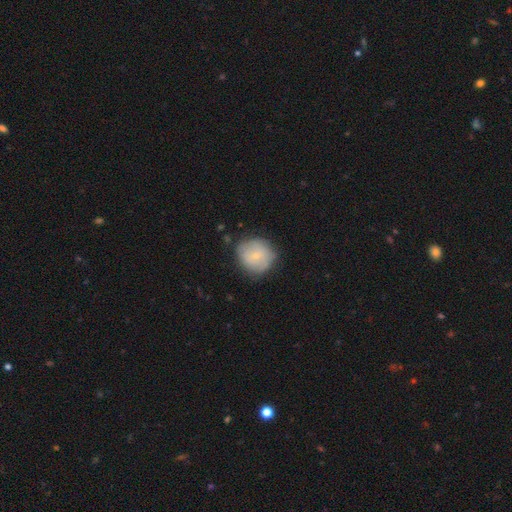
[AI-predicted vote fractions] smooth 63%, featured or disk 29%, star or artifact 8%. Down the decision tree: how rounded — round (87%); merging — none (71%).